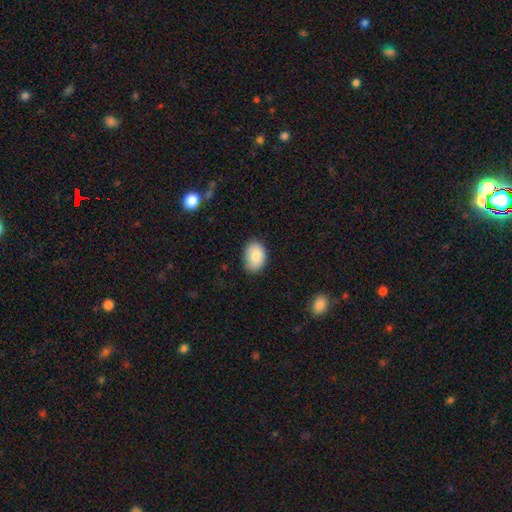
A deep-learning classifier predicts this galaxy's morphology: A smooth galaxy with no disk features (87%) that is in between round and cigar-shaped (83%). Merging: none (81%).